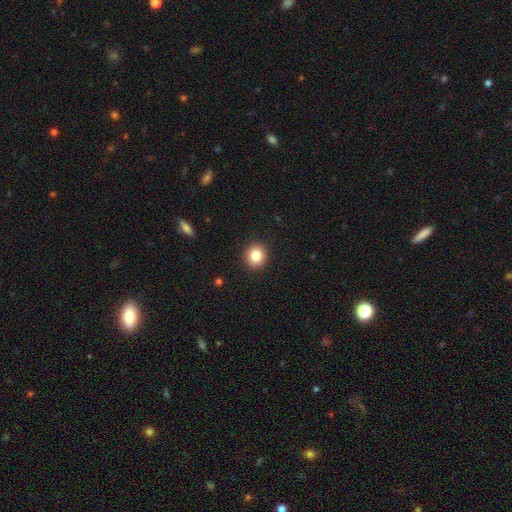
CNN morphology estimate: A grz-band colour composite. It shows a smooth galaxy with no disk features (83%) that is round (86%). Merging: none (92%).